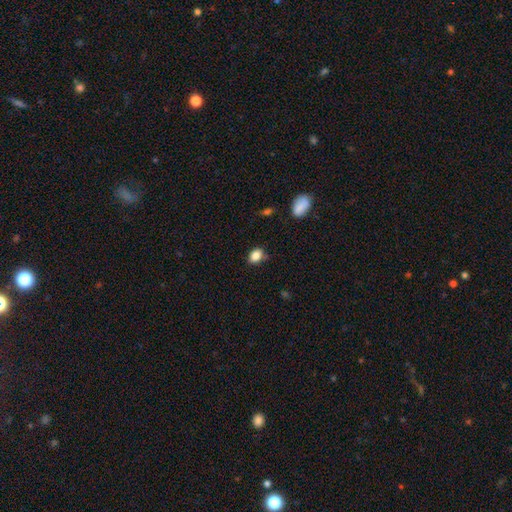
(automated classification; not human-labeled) Smooth or featured: smooth — 85% (star or artifact — 10%)
How rounded: in between — 73% (round — 26%)
Merging: none — 73% (minor disturbance — 20%)